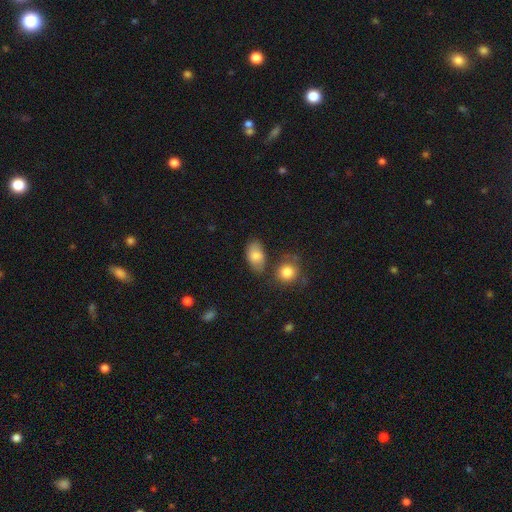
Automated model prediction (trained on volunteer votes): A smooth galaxy with no disk features (79%) that is in between round and cigar-shaped (88%).

Vote fractions:
- Smooth or featured? smooth: 79% / featured or disk: 13% / star or artifact: 8%
- How rounded? in between: 88% / round: 10% / cigar-shaped: 2%
- Merging? none: 64% / minor disturbance: 20% / merger: 10% / major disturbance: 6%